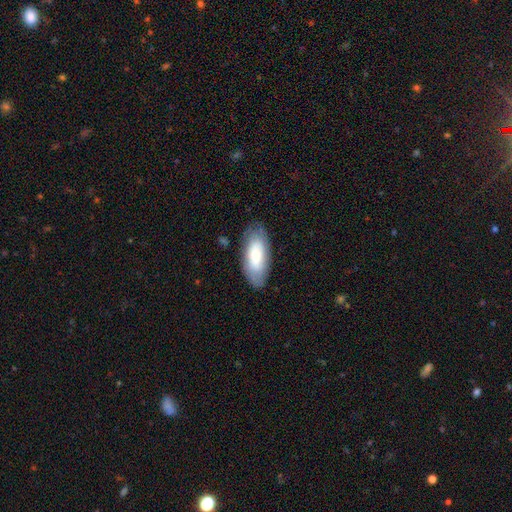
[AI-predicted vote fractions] smooth-or-featured: smooth: 72% | featured or disk: 22% | star or artifact: 6%
  how-rounded: in between: 86% | cigar-shaped: 12% | round: 2%
  merging: none: 79% | minor disturbance: 16% | major disturbance: 4% | merger: 1%